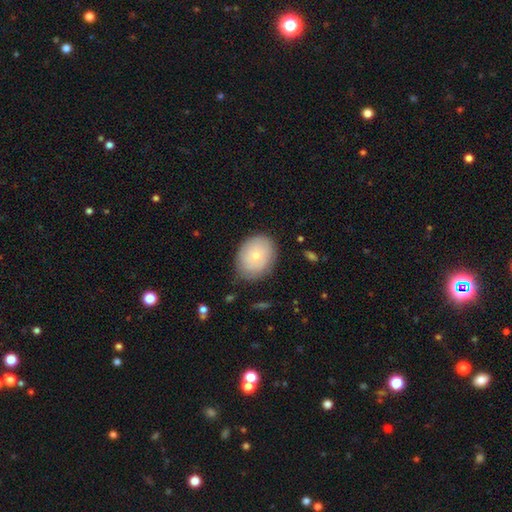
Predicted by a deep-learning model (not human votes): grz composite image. It shows a smooth galaxy with no disk features (71%) that is in between round and cigar-shaped (58%). Merging: none (77%).